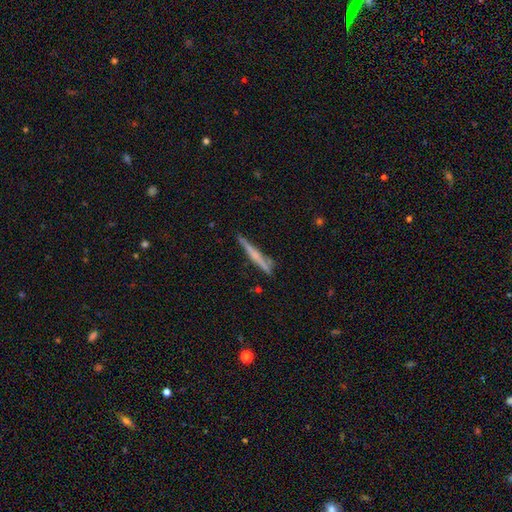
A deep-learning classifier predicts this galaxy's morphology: This is possibly a featured or disk galaxy (54%). It is clearly viewed edge-on (96%). Edge-on bulge: possibly none (54%). Merging: clearly none (81%).